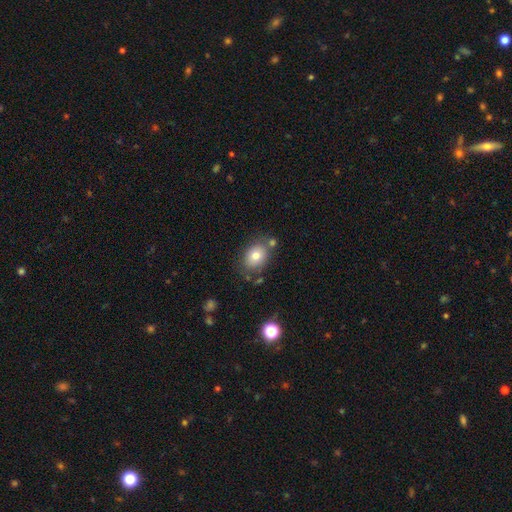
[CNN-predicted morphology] Smooth or featured? smooth (76%)
How rounded? in between (60%)
Merging? none (69%)